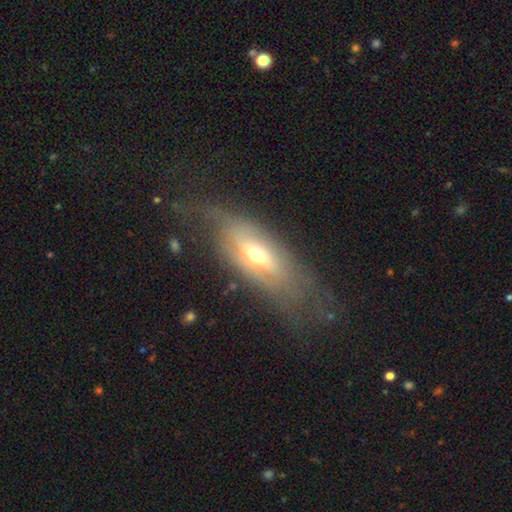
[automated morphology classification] Overall: featured or disk (53%; smooth 39%). Edge-on disk: no (63%; yes 37%). Merging: none (49%; major disturbance 25%).